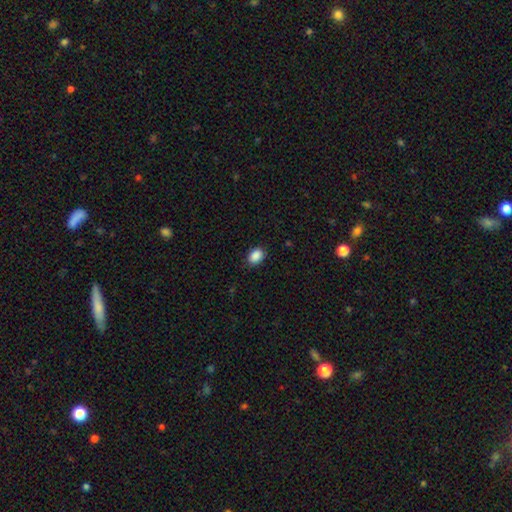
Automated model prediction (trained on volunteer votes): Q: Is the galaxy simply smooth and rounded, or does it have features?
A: smooth — 89%.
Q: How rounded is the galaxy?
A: in between — 74%.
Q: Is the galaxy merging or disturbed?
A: none — 85%.